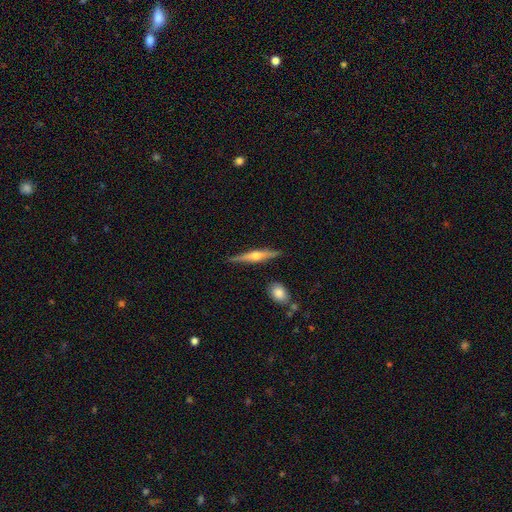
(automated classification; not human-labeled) Smooth or featured?
  - featured or disk: 66% *
  - smooth: 28%
  - star or artifact: 6%
Edge-on disk?
  - yes: 97% *
  - no: 3%
Edge-on bulge?
  - rounded: 89% *
  - boxy: 6%
  - none: 5%
Merging?
  - none: 86% *
  - minor disturbance: 10%
  - merger: 2%
  - major disturbance: 2%